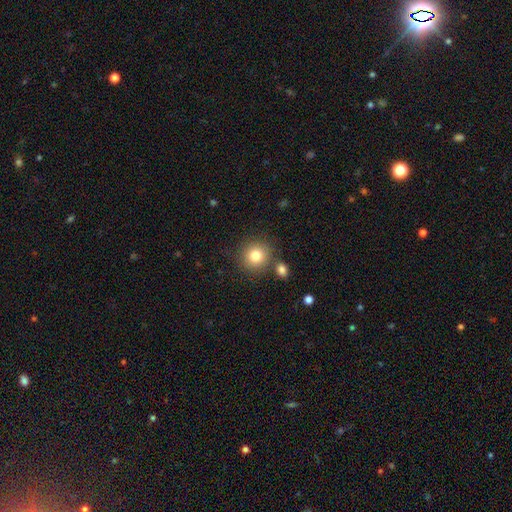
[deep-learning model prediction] Overall: smooth (81%). How rounded: round (91%). Merging: none (78%).